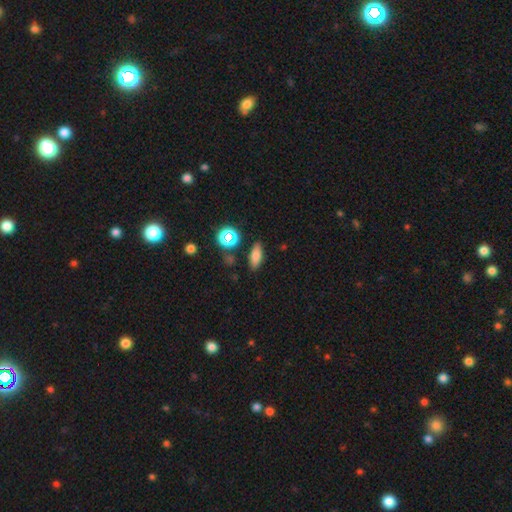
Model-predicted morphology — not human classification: Smooth or featured?
  - smooth: 77% *
  - star or artifact: 14%
  - featured or disk: 10%
How rounded?
  - in between: 73% *
  - cigar-shaped: 20%
  - round: 7%
Merging?
  - none: 84% *
  - minor disturbance: 10%
  - merger: 3%
  - major disturbance: 3%